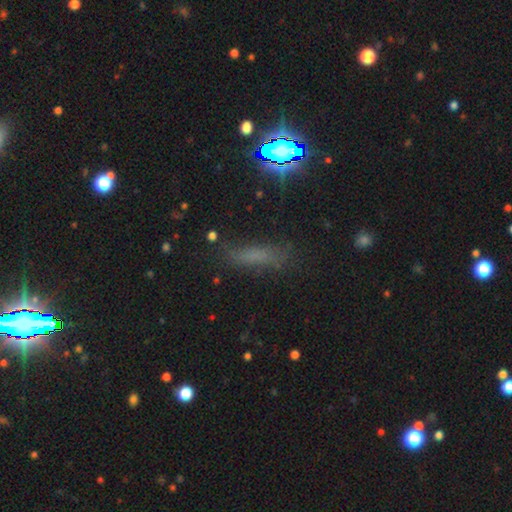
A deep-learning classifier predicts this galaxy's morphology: Smooth or featured?
  - smooth: 53% *
  - star or artifact: 29%
  - featured or disk: 18%
How rounded?
  - cigar-shaped: 68% *
  - in between: 27%
  - round: 5%
Merging?
  - none: 72% *
  - minor disturbance: 17%
  - major disturbance: 8%
  - merger: 3%